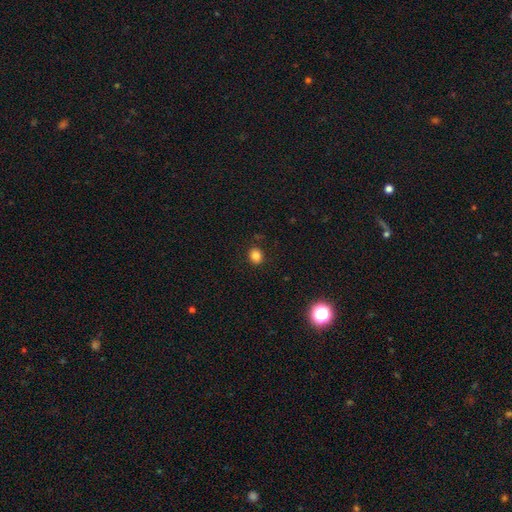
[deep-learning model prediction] This is clearly a smooth galaxy (83%). How rounded: likely round (66%). Merging: clearly none (88%).